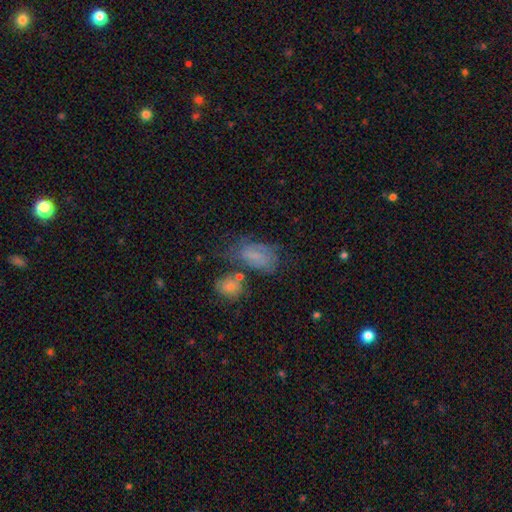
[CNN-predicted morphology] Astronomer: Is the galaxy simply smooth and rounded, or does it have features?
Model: smooth — 46% (runner-up: featured or disk, 40%).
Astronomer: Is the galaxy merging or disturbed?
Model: none — 47% (runner-up: minor disturbance, 24%).